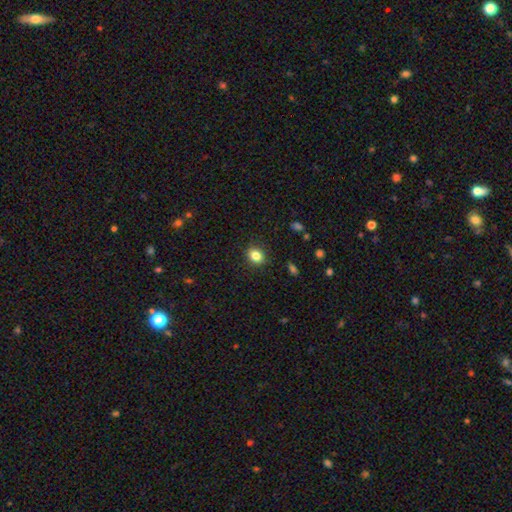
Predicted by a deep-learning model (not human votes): Overall: smooth (83%). How rounded: round (60%; in between 39%). Merging: none (88%).